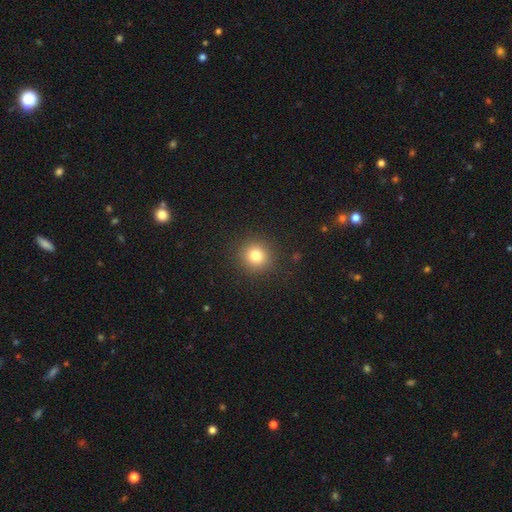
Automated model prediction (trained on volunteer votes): Smooth or featured?
  - smooth: 80% *
  - star or artifact: 13%
  - featured or disk: 7%
How rounded?
  - round: 90% *
  - in between: 9%
  - cigar-shaped: 1%
Merging?
  - none: 90% *
  - minor disturbance: 6%
  - major disturbance: 3%
  - merger: 1%